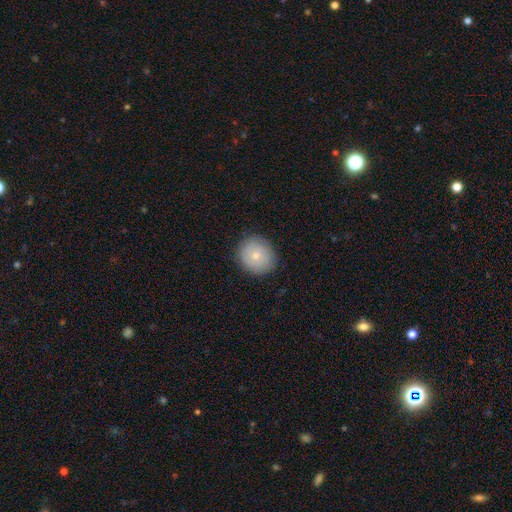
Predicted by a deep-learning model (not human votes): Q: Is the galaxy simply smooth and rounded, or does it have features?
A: smooth — 69%.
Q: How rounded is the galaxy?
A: round — 81%.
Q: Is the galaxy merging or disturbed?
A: none — 87%.